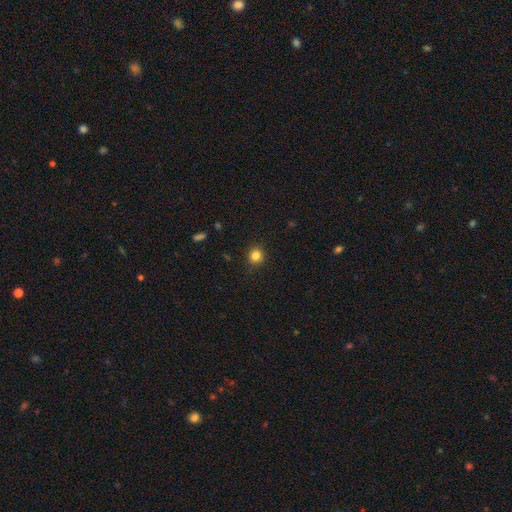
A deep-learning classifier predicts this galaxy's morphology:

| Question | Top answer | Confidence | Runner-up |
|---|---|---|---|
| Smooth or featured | smooth | 83% | star or artifact (12%) |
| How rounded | round | 92% | in between (7%) |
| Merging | none | 90% | minor disturbance (7%) |